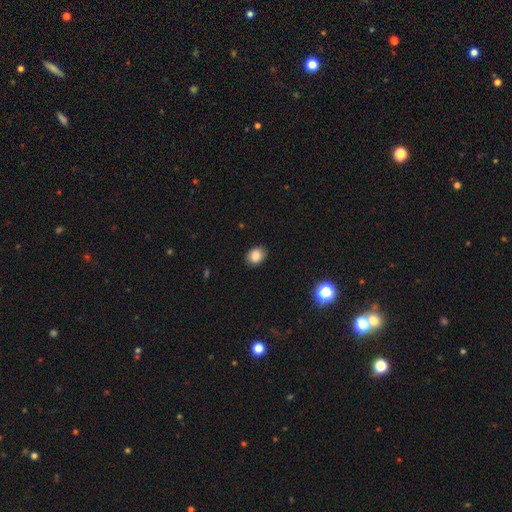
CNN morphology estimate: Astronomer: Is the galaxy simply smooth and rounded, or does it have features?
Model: smooth — 86%.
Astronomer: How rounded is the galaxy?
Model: round — 50% (runner-up: in between, 49%).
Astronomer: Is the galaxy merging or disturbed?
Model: none — 87%.